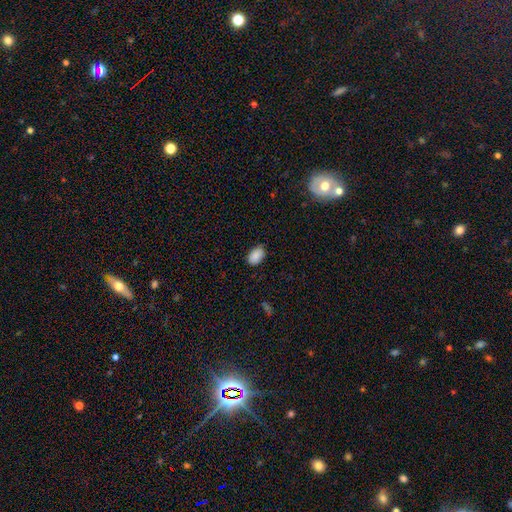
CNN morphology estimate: smooth-or-featured: smooth: 89% | star or artifact: 7% | featured or disk: 4%
  how-rounded: in between: 89% | round: 10% | cigar-shaped: 1%
  merging: none: 79% | minor disturbance: 17% | major disturbance: 3% | merger: 1%